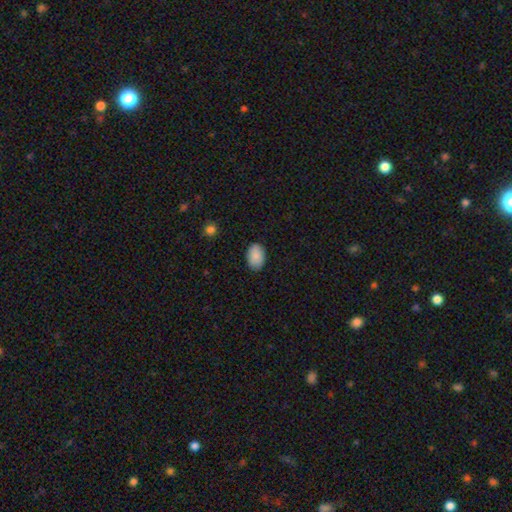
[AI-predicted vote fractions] smooth-or-featured: smooth: 88% | star or artifact: 7% | featured or disk: 5%
  how-rounded: in between: 88% | round: 11% | cigar-shaped: 1%
  merging: none: 87% | minor disturbance: 10% | major disturbance: 2% | merger: 1%